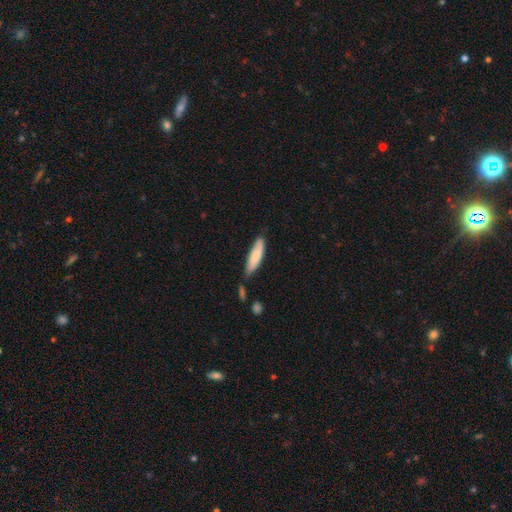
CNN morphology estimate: The model was most divided on "how rounded": cigar-shaped: 66%, in between: 33%, round: 1%. More confident: smooth or featured — smooth (80%); merging — none (61%).